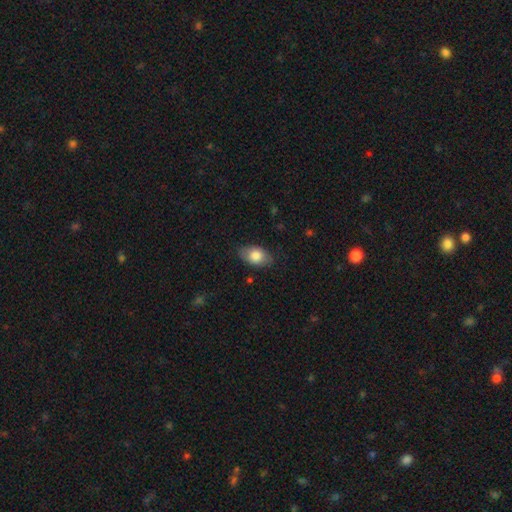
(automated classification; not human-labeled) smooth 80%, featured or disk 13%, star or artifact 7%. Down the decision tree: how rounded — in between (88%); merging — none (80%).